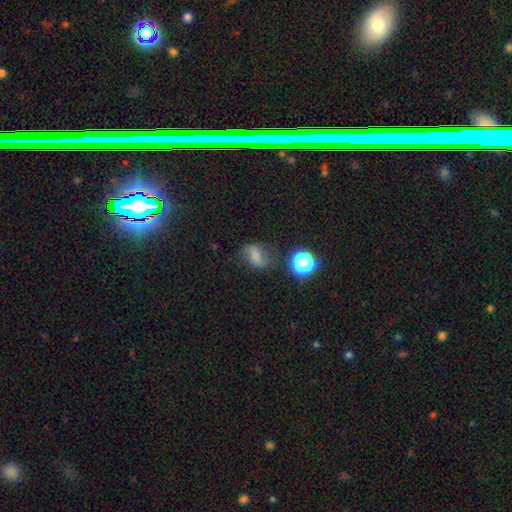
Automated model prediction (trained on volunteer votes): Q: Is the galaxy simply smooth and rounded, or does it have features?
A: smooth — 49%.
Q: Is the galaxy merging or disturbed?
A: none — 58%.